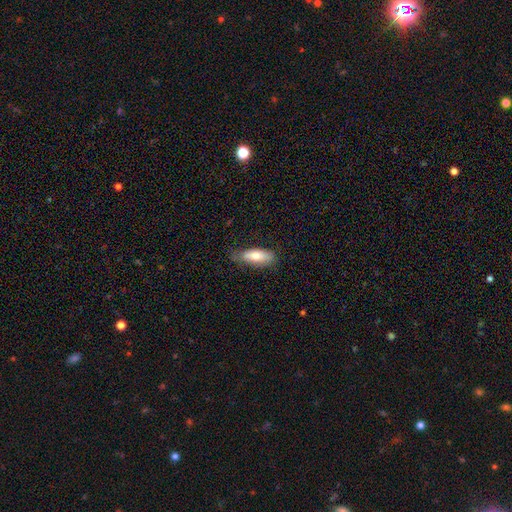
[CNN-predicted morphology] Smooth or featured?
  - smooth: 74% *
  - featured or disk: 19%
  - star or artifact: 6%
How rounded?
  - in between: 70% *
  - cigar-shaped: 28%
  - round: 2%
Merging?
  - none: 72% *
  - minor disturbance: 23%
  - major disturbance: 5%
  - merger: 1%